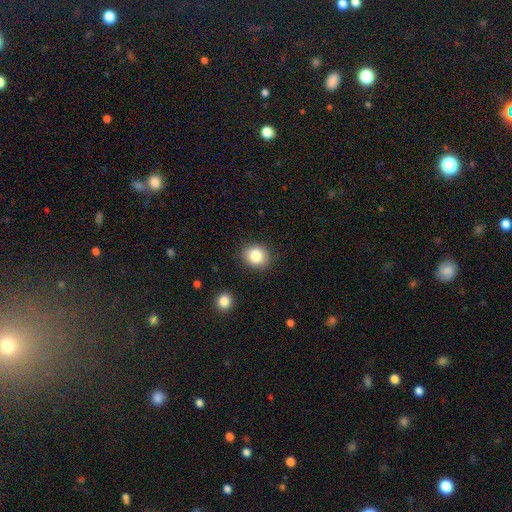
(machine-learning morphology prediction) type=smooth (84%); roundness=round (69%); merging=none (87%).